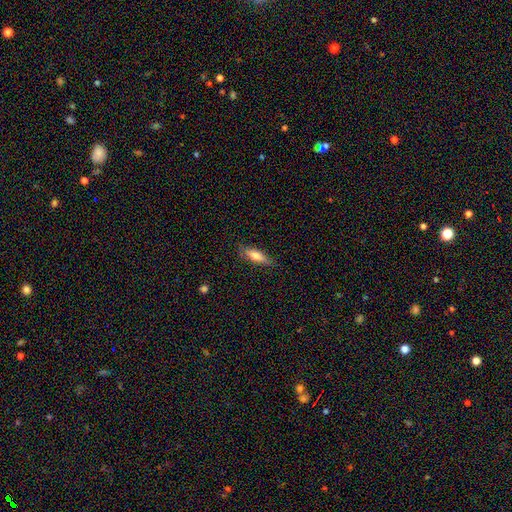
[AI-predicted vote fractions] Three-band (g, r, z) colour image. It shows a smooth galaxy with no disk features (66%) that is cigar-shaped (61%). Merging: none (84%).